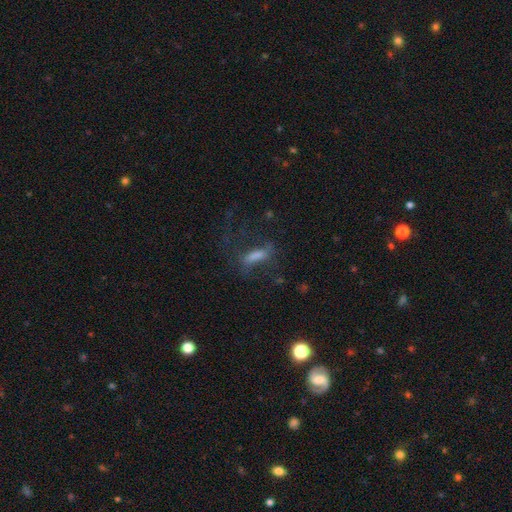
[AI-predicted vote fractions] smooth 41%, featured or disk 38%, star or artifact 21%. Down the decision tree: merging — none (49%).